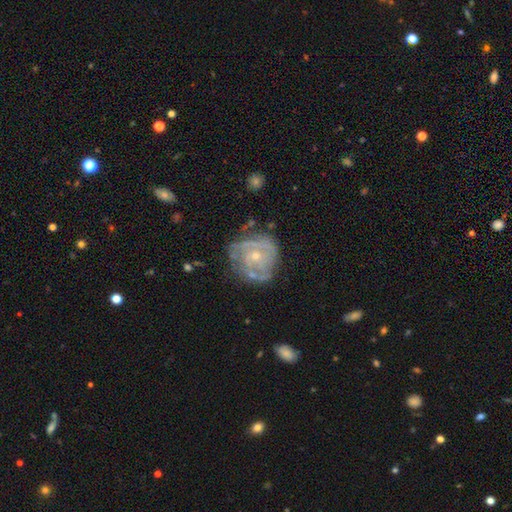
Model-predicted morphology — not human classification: Q: Smooth or featured?
A: featured or disk (77%); runner-up: smooth (16%)
Q: Edge-on disk?
A: no (98%); runner-up: yes (2%)
Q: Bar?
A: no (77%); runner-up: weak (20%)
Q: Spiral arms?
A: yes (78%); runner-up: no (22%)
Q: Spiral winding?
A: tight (60%); runner-up: medium (30%)
Q: Spiral arm count?
A: can't tell (41%); runner-up: 2 (26%)
Q: Bulge size?
A: small (60%); runner-up: moderate (36%)
Q: Merging?
A: none (59%); runner-up: minor disturbance (25%)